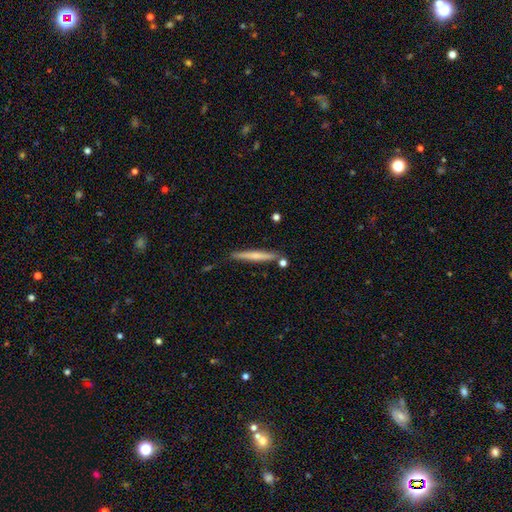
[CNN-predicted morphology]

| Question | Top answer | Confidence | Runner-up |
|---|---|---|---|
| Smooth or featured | smooth | 53% | featured or disk (41%) |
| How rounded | cigar-shaped | 96% | in between (3%) |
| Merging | none | 83% | minor disturbance (10%) |